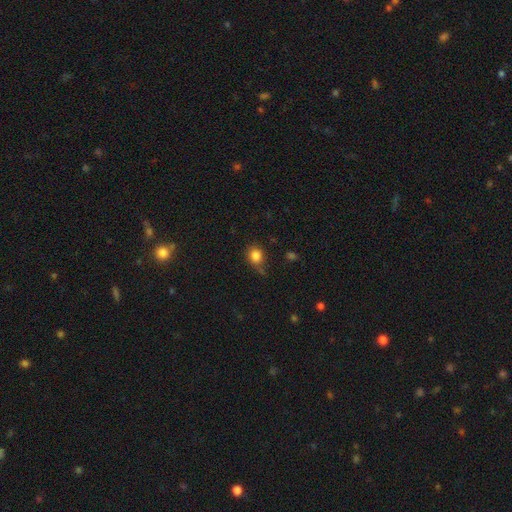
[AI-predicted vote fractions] Smooth or featured: smooth — 83% (star or artifact — 11%)
How rounded: round — 70% (in between — 29%)
Merging: none — 61% (minor disturbance — 27%)